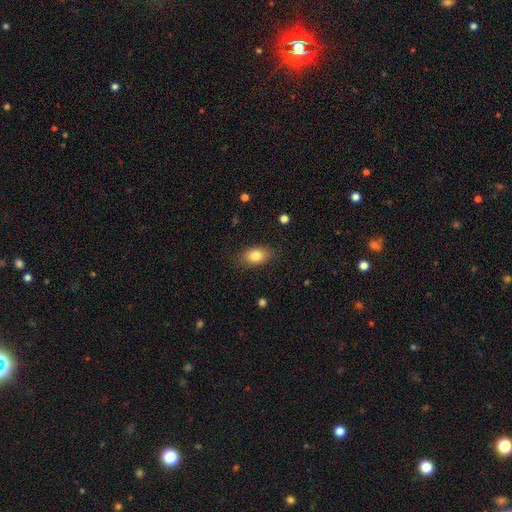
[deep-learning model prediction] This appears to be a smooth galaxy with no disk features (82%) that is in between round and cigar-shaped (86%). Merging: none (84%).